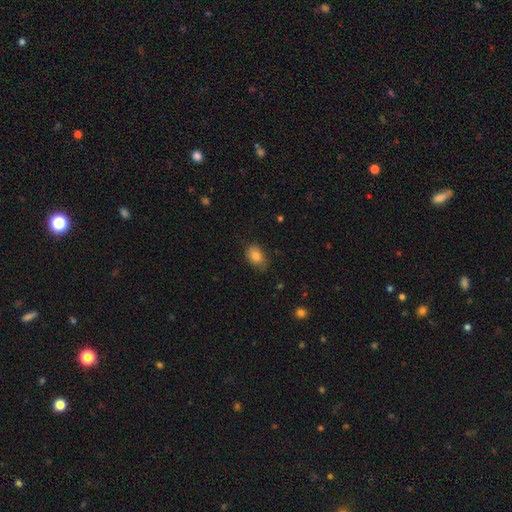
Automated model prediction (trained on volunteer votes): This appears to be a smooth galaxy with no disk features (84%) that is in between round and cigar-shaped (83%). Merging: none (75%).